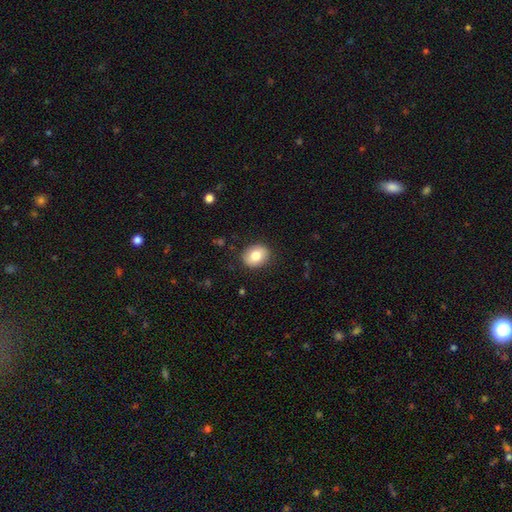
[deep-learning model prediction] This is clearly a smooth galaxy (81%). How rounded: possibly in between (53%). Merging: clearly none (88%).